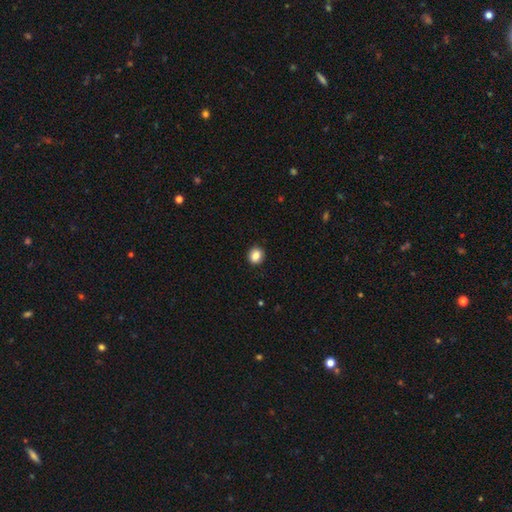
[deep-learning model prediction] Q: Smooth or featured?
A: smooth (85%); runner-up: star or artifact (10%)
Q: How rounded?
A: round (78%); runner-up: in between (22%)
Q: Merging?
A: none (92%); runner-up: minor disturbance (6%)